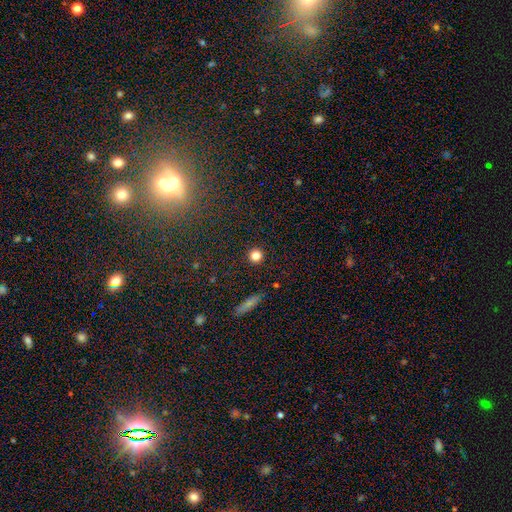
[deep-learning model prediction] Overall: smooth (82%). How rounded: round (95%). Merging: none (92%).